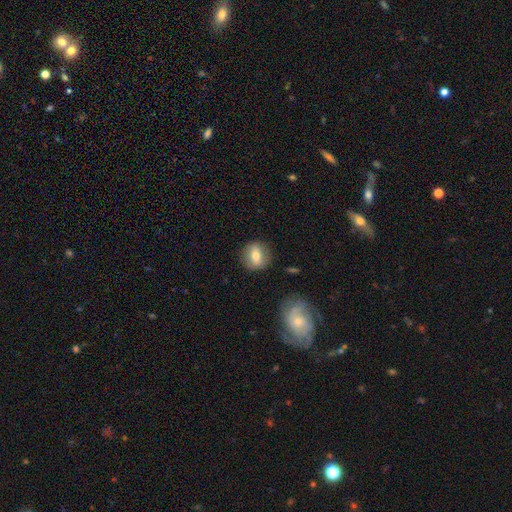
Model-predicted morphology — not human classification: Overall: smooth (59%; featured or disk 33%). How rounded: round (72%). Merging: none (84%).